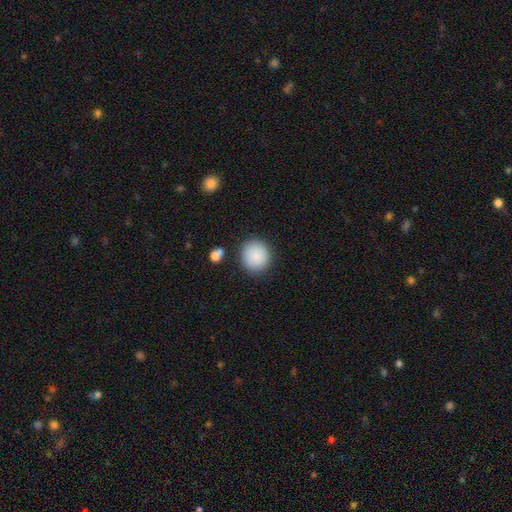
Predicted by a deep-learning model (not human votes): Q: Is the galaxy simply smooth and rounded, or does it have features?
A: smooth — 87%.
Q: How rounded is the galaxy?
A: round — 89%.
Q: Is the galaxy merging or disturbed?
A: none — 87%.